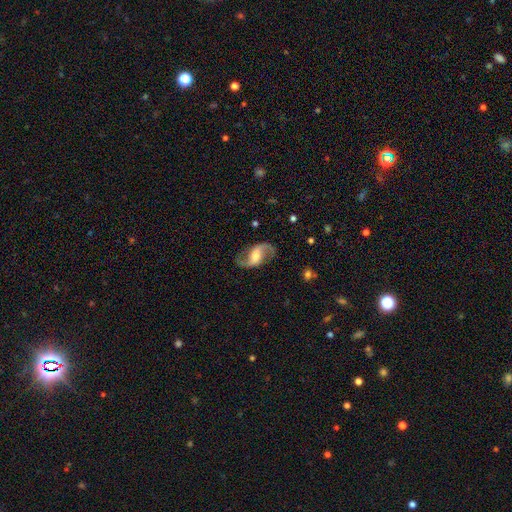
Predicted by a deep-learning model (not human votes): A featured or disk galaxy (86%) with a weak bar (46%), 2 (93%) loose (59%) spiral arms (96%) and a moderate central bulge (44%).

Vote fractions:
- Smooth or featured? featured or disk: 86% / smooth: 9% / star or artifact: 5%
- Edge-on disk? no: 97% / yes: 3%
- Bar? weak: 46% / no: 28% / strong: 27%
- Spiral arms? yes: 96% / no: 4%
- Spiral winding? loose: 59% / medium: 34% / tight: 7%
- Spiral arm count? 2: 93% / can't tell: 2% / 1: 2% / 3: 1% / 4: 1% / more than 4: 1%
- Bulge size? moderate: 44% / small: 26% / large: 18% / none: 9% / dominant: 3%
- Merging? none: 80% / minor disturbance: 12% / major disturbance: 6% / merger: 1%